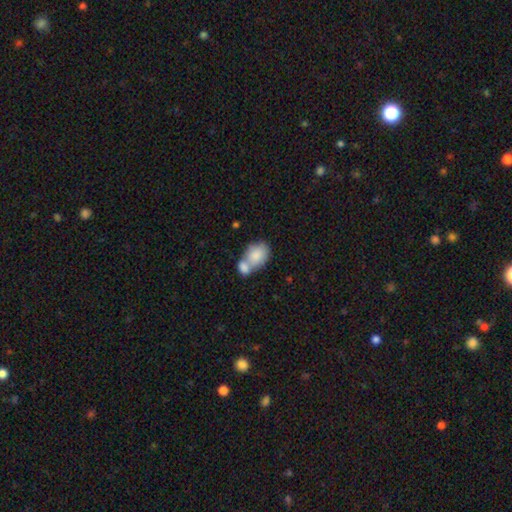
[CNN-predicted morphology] Smooth or featured? smooth (82%)
How rounded? in between (74%)
Merging? merger (62%)